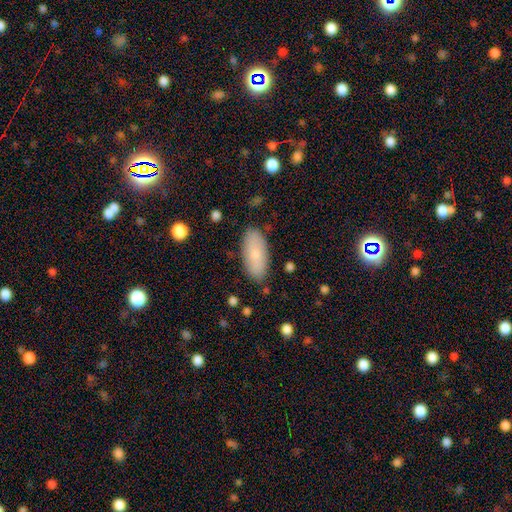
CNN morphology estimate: Smooth or featured? smooth (77%)
How rounded? in between (88%)
Merging? none (84%)